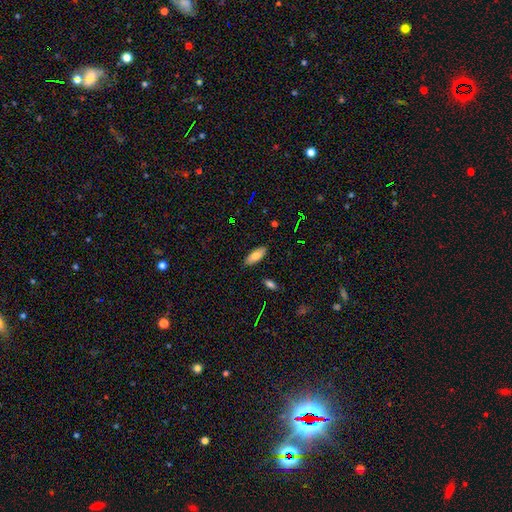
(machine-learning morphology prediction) A smooth galaxy with no disk features (78%) that is in between round and cigar-shaped (76%).

Vote fractions:
- Smooth or featured? smooth: 78% / featured or disk: 15% / star or artifact: 7%
- How rounded? in between: 76% / cigar-shaped: 22% / round: 2%
- Merging? none: 87% / minor disturbance: 10% / major disturbance: 2% / merger: 2%